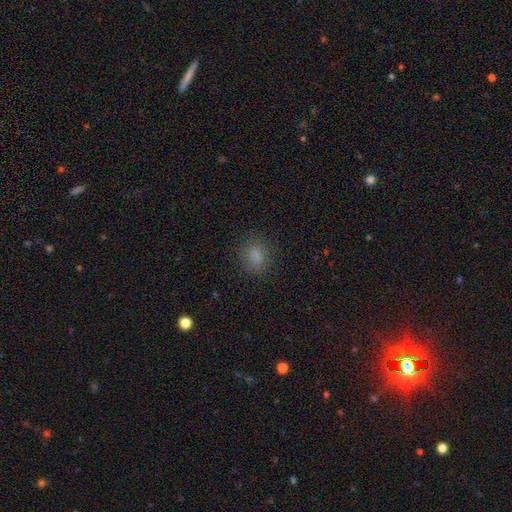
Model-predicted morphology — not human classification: Smooth or featured? Predicted: smooth (p=0.82). How rounded? Predicted: round (p=0.53). Merging? Predicted: none (p=0.81).